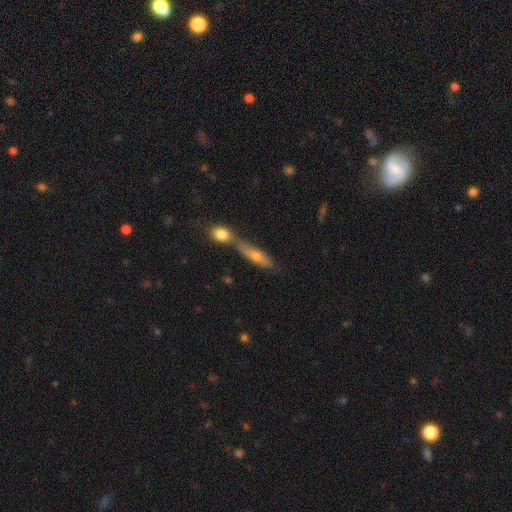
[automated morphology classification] smooth 56%, featured or disk 34%, star or artifact 10%. Down the decision tree: how rounded — cigar-shaped (61%); merging — merger (48%).